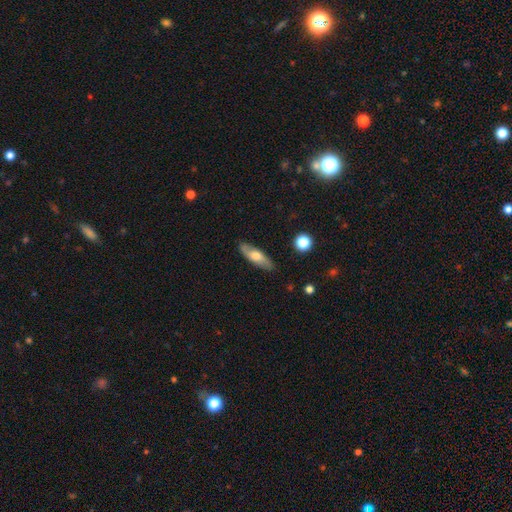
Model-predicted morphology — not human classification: smooth_or_featured: smooth (p=0.59) [alt: featured or disk p=0.35]
how_rounded: in between (p=0.57) [alt: cigar-shaped p=0.41]
merging: none (p=0.83) [alt: minor disturbance p=0.13]